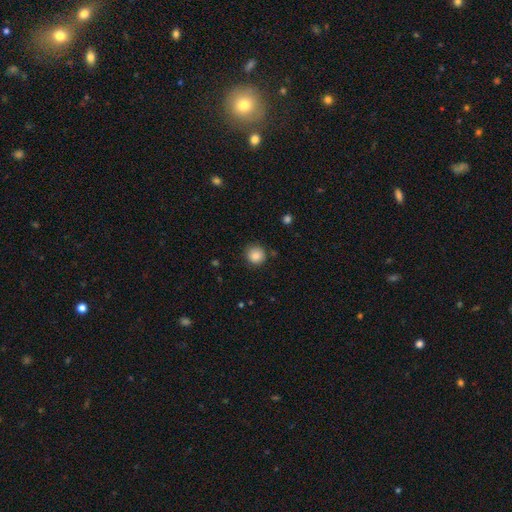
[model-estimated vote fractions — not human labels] A smooth galaxy with no disk features (84%) that is round (93%). Merging: none (87%).